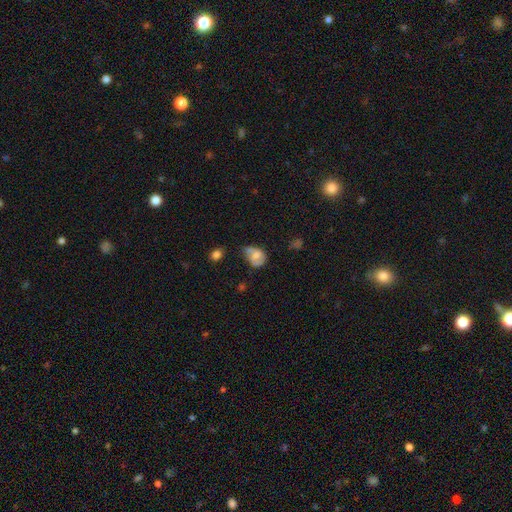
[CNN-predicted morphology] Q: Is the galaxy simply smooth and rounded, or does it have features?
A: smooth — 62%.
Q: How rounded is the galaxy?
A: in between — 62%.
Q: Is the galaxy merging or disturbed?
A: minor disturbance — 42%.